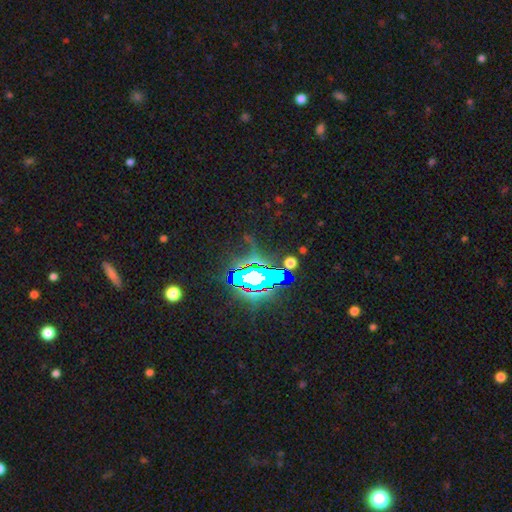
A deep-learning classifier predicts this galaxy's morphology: smooth-or-featured: star or artifact: 76% | featured or disk: 13% | smooth: 11%